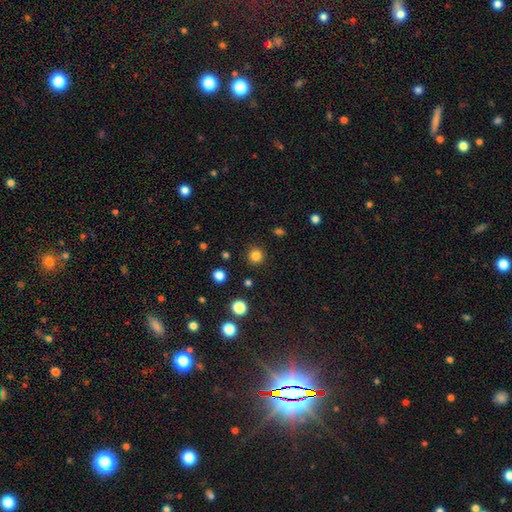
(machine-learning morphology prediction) This appears to be a smooth galaxy with no disk features (83%) that is round (95%). Merging: none (91%).